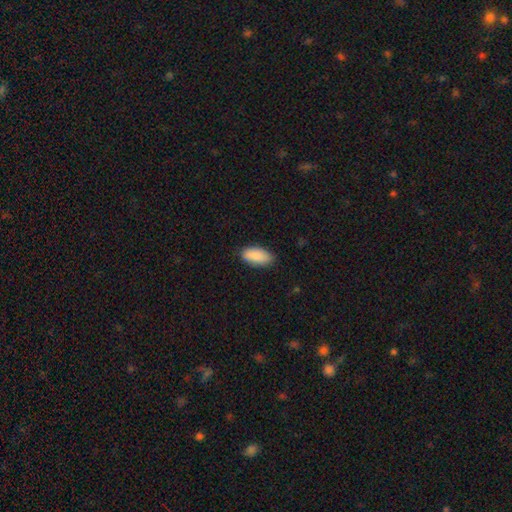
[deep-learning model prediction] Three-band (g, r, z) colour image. It shows a smooth galaxy with no disk features (89%) that is in between round and cigar-shaped (91%). Merging: none (84%).